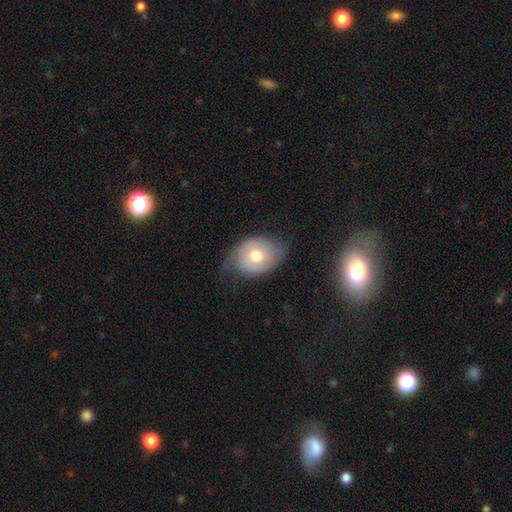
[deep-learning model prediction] Morphology: type=smooth (59%); roundness=in between (66%); merging=none (58%).